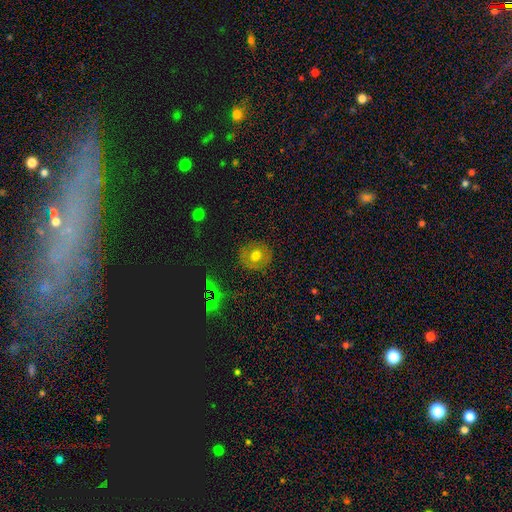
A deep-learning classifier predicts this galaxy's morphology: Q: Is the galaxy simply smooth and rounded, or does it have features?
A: smooth — 61%.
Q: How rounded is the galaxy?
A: round — 86%.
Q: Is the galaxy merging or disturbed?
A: none — 85%.